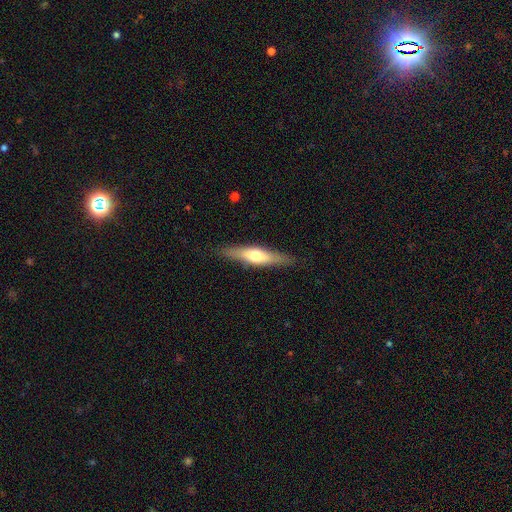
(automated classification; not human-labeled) featured or disk 49%, smooth 45%, star or artifact 6%. Down the decision tree: merging — none (86%).